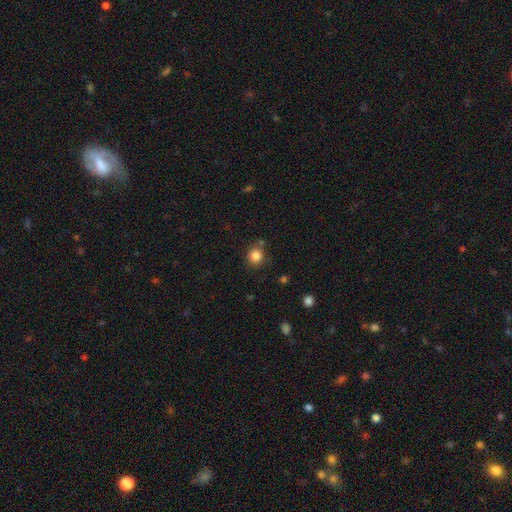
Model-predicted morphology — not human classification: Smooth or featured? smooth (84%)
How rounded? round (87%)
Merging? none (78%)